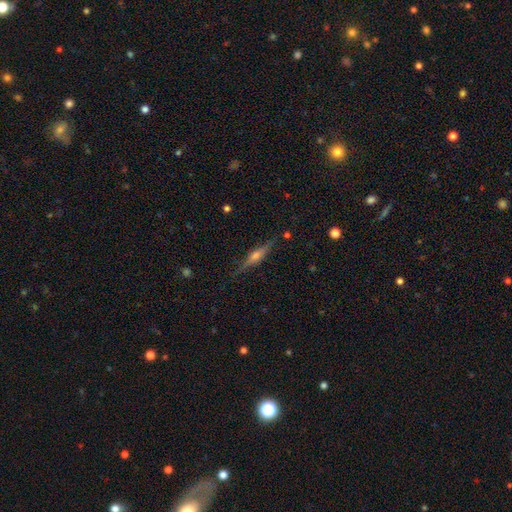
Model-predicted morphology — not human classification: smooth_or_featured: featured or disk (p=0.75) [alt: smooth p=0.17]
disk_edge_on: yes (p=0.97) [alt: no p=0.03]
edge_on_bulge: rounded (p=0.86) [alt: boxy p=0.10]
merging: none (p=0.87) [alt: minor disturbance p=0.10]